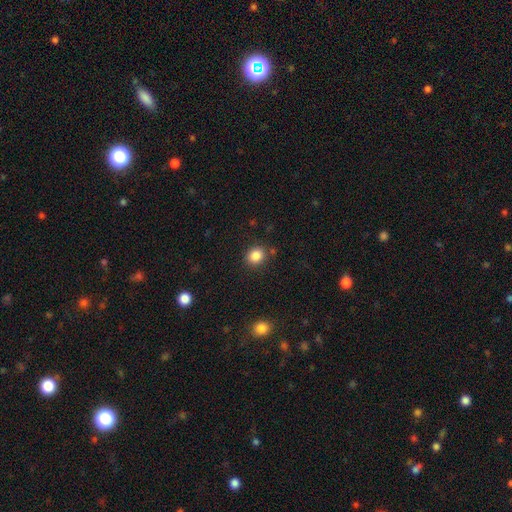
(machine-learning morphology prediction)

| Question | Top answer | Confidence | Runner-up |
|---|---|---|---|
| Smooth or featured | smooth | 85% | star or artifact (10%) |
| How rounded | round | 69% | in between (30%) |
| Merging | none | 85% | minor disturbance (9%) |